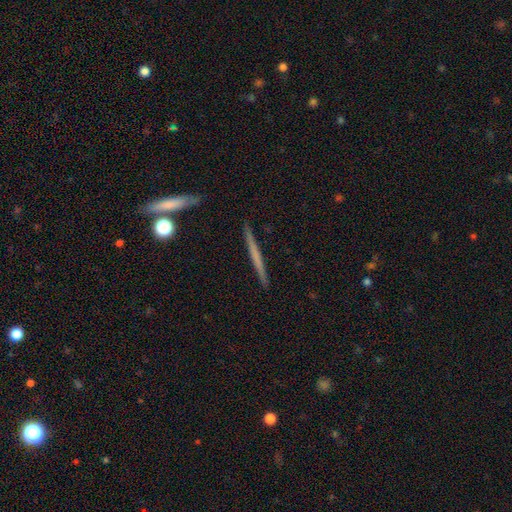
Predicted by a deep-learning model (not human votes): Overall: featured or disk (51%; smooth 43%). Edge-on disk: yes (97%). Merging: none (91%).